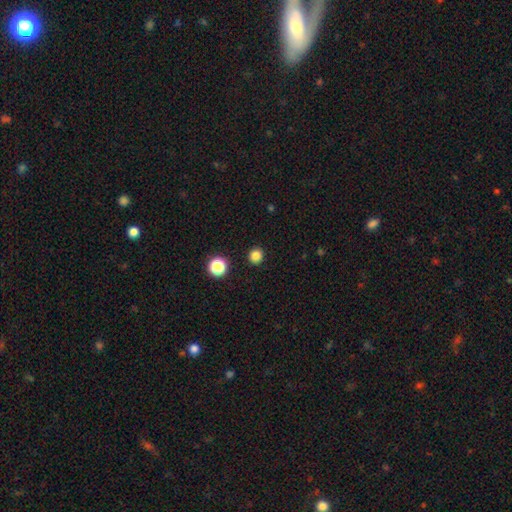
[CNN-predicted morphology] Smooth or featured: smooth — 83% (star or artifact — 13%)
How rounded: round — 93% (in between — 6%)
Merging: none — 93% (minor disturbance — 4%)